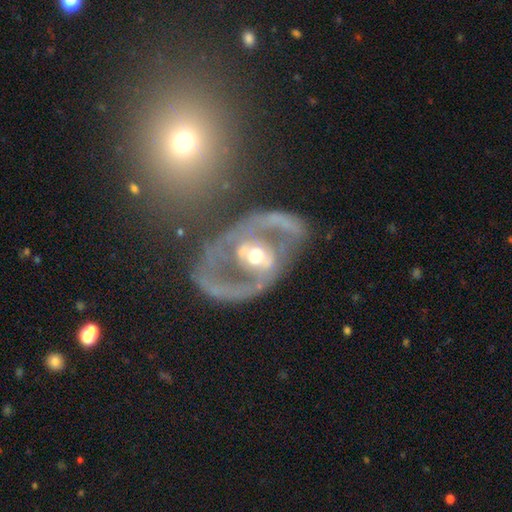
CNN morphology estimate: This is clearly a featured or disk galaxy (85%). It is clearly not viewed edge-on (94%). Bar: marginally no (36%). Spiral arm pattern: likely yes (75%). Spiral arm count: clearly 2 (82%). Spiral winding: possibly medium (48%). Central bulge: possibly moderate (58%). Merging: likely none (64%).